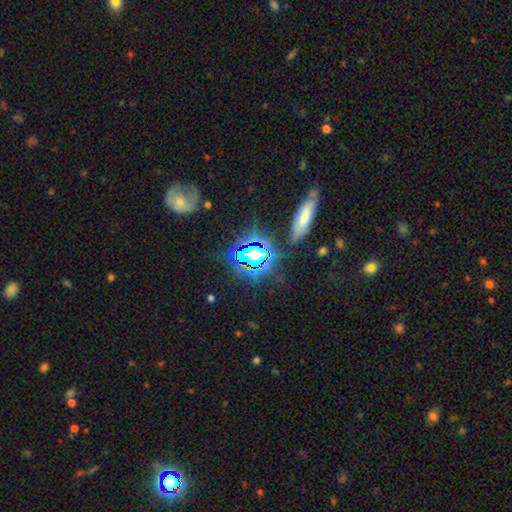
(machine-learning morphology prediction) Smooth or featured: star or artifact — 66% (smooth — 22%)